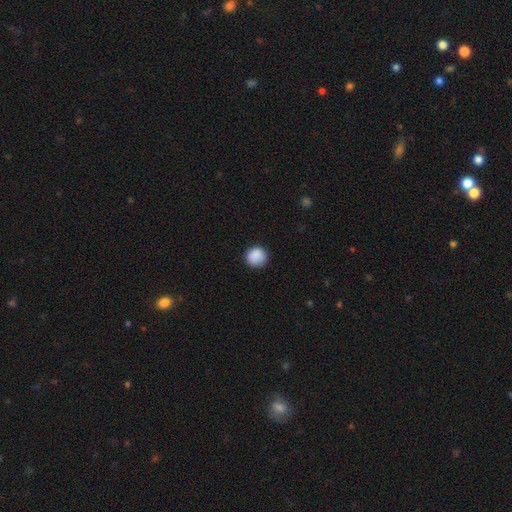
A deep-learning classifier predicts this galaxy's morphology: A smooth galaxy with no disk features (89%) that is round (92%). Merging: none (89%).